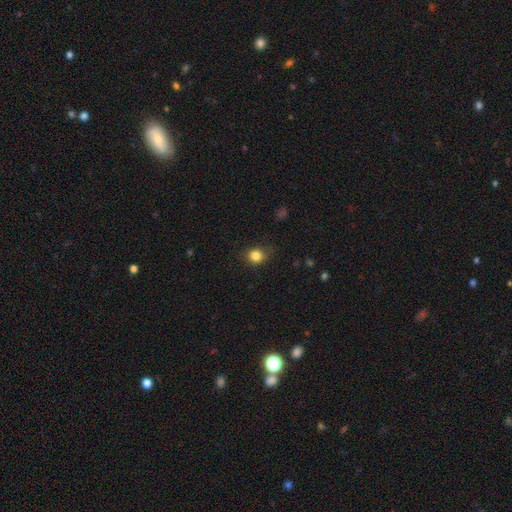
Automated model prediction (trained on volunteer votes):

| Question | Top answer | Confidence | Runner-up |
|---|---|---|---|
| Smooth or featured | smooth | 83% | star or artifact (12%) |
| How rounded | round | 80% | in between (19%) |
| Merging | none | 79% | minor disturbance (16%) |